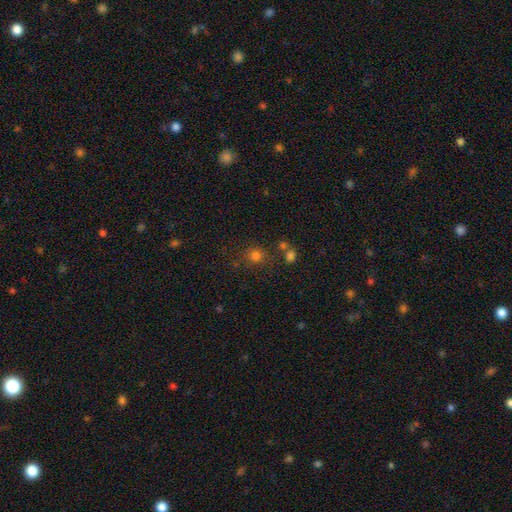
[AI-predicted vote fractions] smooth-or-featured: smooth: 74% | star or artifact: 18% | featured or disk: 8%
  how-rounded: round: 78% | in between: 21% | cigar-shaped: 1%
  merging: none: 67% | merger: 14% | minor disturbance: 13% | major disturbance: 6%